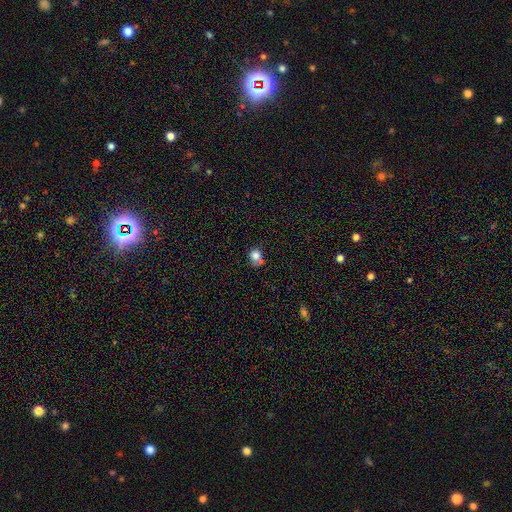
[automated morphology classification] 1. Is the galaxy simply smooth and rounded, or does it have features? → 80% smooth, 12% star or artifact, 9% featured or disk.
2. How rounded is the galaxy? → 70% round, 29% in between, 1% cigar-shaped.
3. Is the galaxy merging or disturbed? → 50% none, 22% minor disturbance, 20% merger, 8% major disturbance.